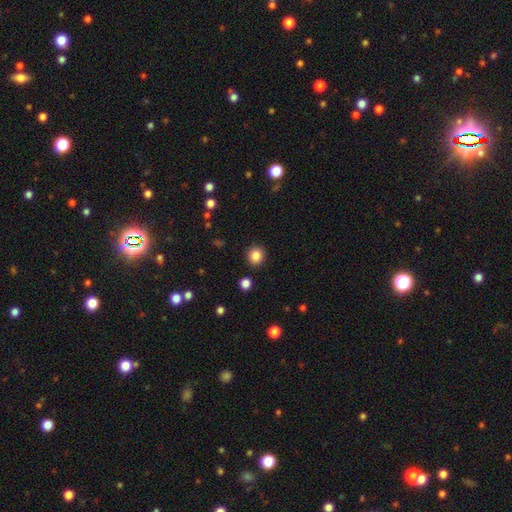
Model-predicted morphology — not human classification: Smooth or featured? Predicted: smooth (p=0.85). How rounded? Predicted: round (p=0.88). Merging? Predicted: none (p=0.90).